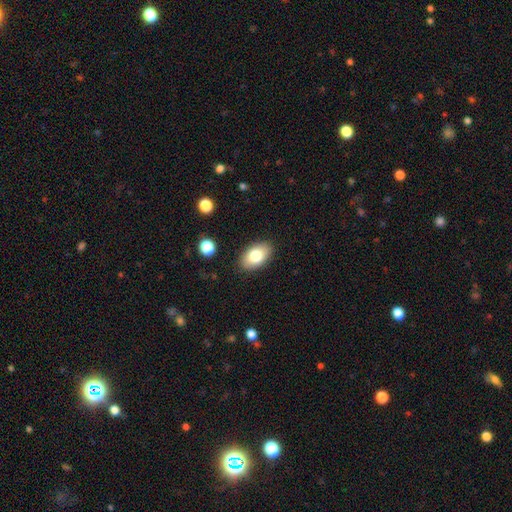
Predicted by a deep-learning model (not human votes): smooth_or_featured: smooth (p=0.79) [alt: featured or disk p=0.13]
how_rounded: in between (p=0.92) [alt: round p=0.06]
merging: none (p=0.87) [alt: minor disturbance p=0.09]